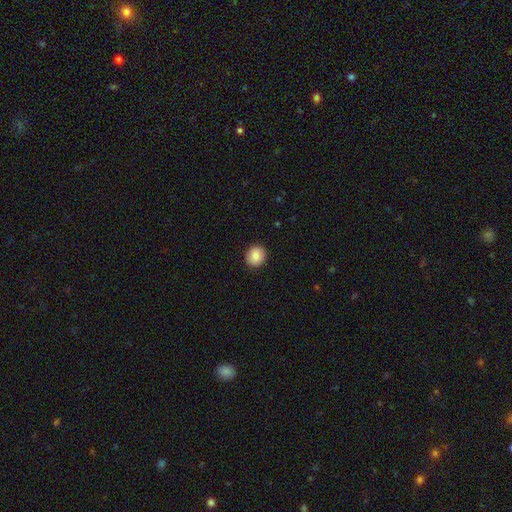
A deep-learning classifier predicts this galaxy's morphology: smooth-or-featured: smooth: 84% | star or artifact: 8% | featured or disk: 8%
  how-rounded: round: 85% | in between: 15% | cigar-shaped: 1%
  merging: none: 91% | minor disturbance: 6% | major disturbance: 2% | merger: 1%